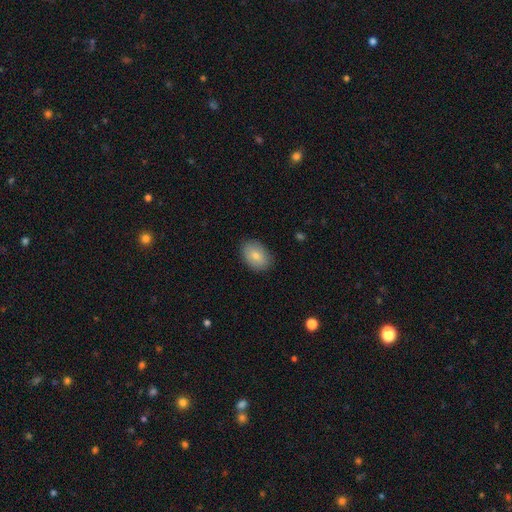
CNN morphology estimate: The model was most divided on "smooth or featured": smooth: 79%, featured or disk: 14%, star or artifact: 7%. More confident: merging — none (85%); how rounded — in between (82%).